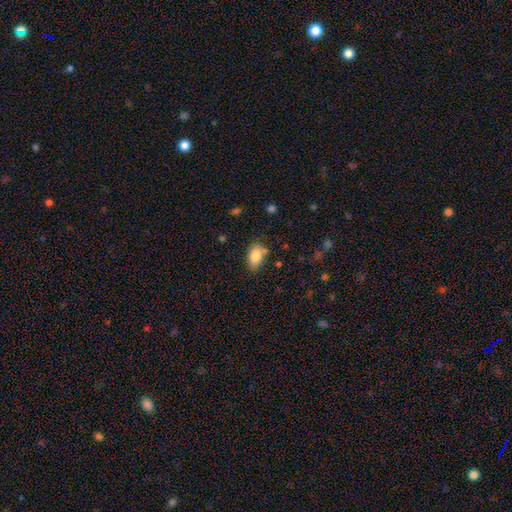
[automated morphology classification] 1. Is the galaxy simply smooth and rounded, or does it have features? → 85% smooth, 8% star or artifact, 7% featured or disk.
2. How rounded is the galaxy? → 90% in between, 8% round, 2% cigar-shaped.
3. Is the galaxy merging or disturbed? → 67% none, 23% minor disturbance, 5% major disturbance, 4% merger.